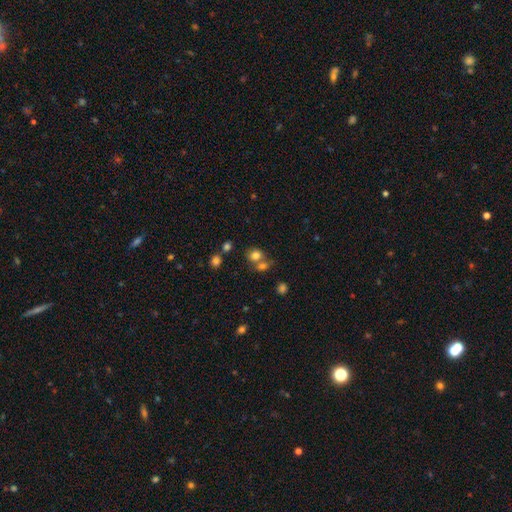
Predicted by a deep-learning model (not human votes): smooth 77%, star or artifact 14%, featured or disk 9%. Down the decision tree: how rounded — round (67%); merging — none (47%).